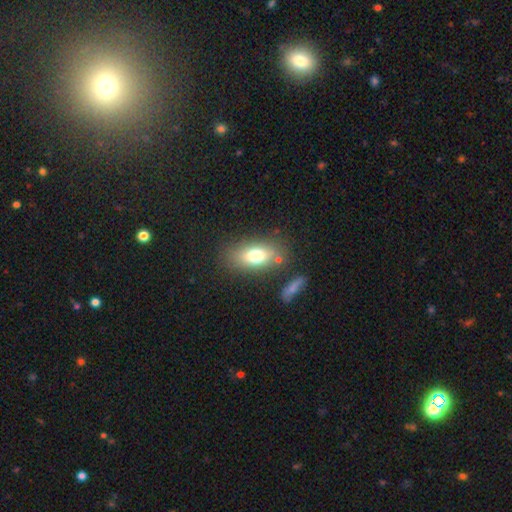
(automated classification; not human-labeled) Q: Smooth or featured?
A: smooth (72%); runner-up: featured or disk (18%)
Q: How rounded?
A: in between (82%); runner-up: cigar-shaped (10%)
Q: Merging?
A: none (75%); runner-up: minor disturbance (13%)